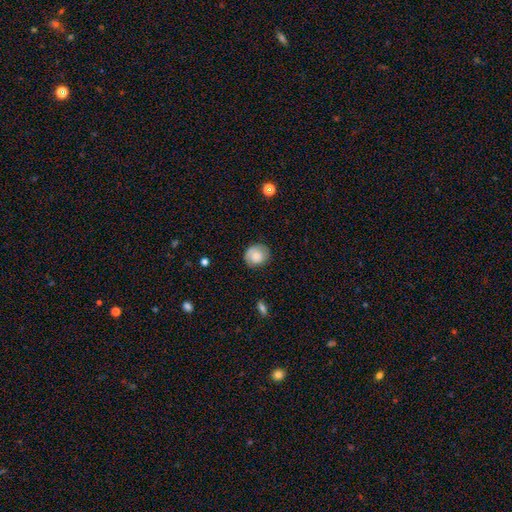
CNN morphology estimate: A smooth galaxy with no disk features (71%) that is round (77%). Merging: none (75%).